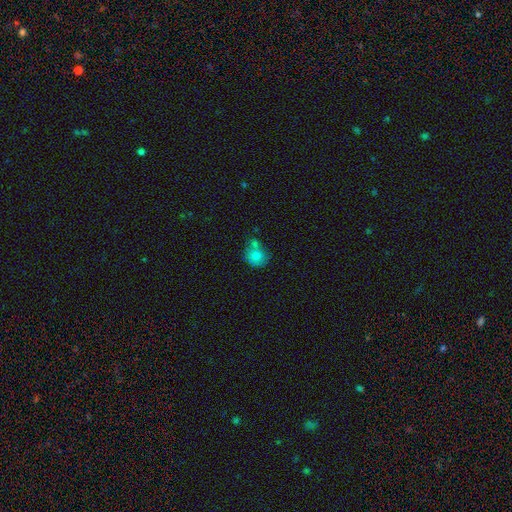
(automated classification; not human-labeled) This appears to be a smooth galaxy with no disk features (78%) that is round (70%). Merging: none (43%).